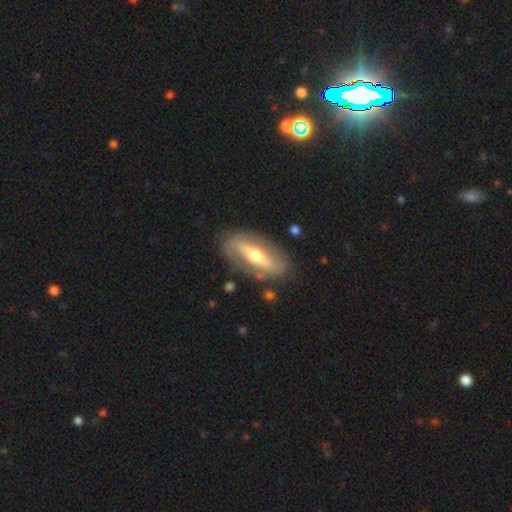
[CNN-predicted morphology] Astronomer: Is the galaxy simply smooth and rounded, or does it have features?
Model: featured or disk — 69%.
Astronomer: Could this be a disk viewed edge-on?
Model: no — 75%.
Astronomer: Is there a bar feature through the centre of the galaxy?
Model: strong — 62%.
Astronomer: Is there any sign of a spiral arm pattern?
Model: no — 53% (runner-up: yes, 47%).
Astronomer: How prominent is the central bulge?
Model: moderate — 70%.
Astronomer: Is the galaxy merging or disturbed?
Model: none — 80%.